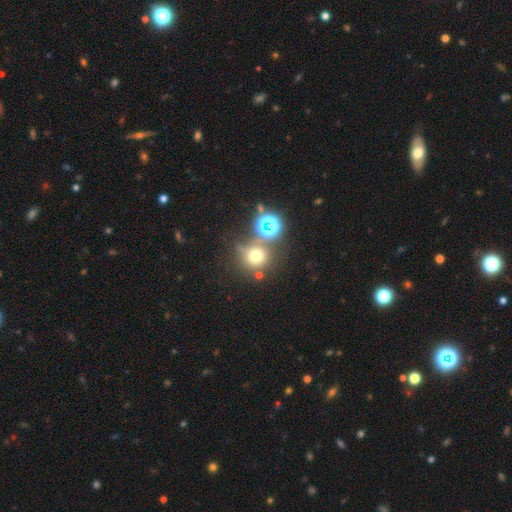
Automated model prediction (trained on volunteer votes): Smooth or featured? Predicted: smooth (p=0.62). How rounded? Predicted: round (p=0.91). Merging? Predicted: none (p=0.65).